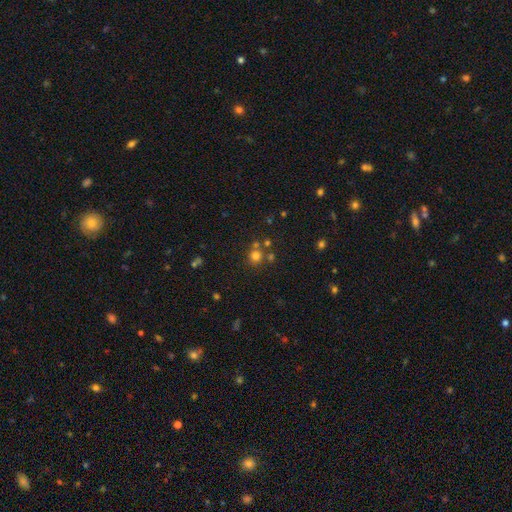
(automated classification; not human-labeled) A smooth galaxy with no disk features (73%) that is round (89%).

Vote fractions:
- Smooth or featured? smooth: 73% / star or artifact: 19% / featured or disk: 8%
- How rounded? round: 89% / in between: 10% / cigar-shaped: 1%
- Merging? none: 68% / merger: 20% / minor disturbance: 9% / major disturbance: 3%